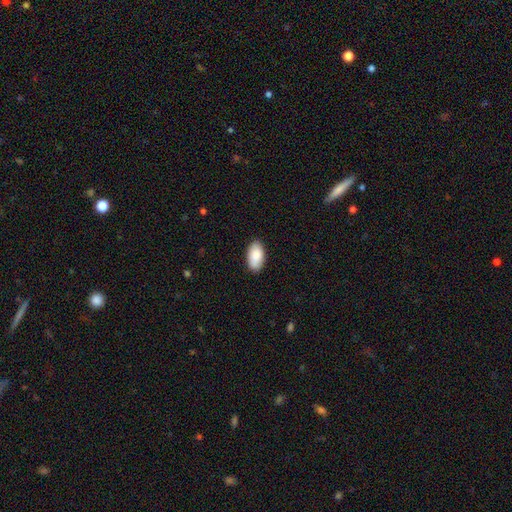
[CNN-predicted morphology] Q: Smooth or featured?
A: smooth (88%); runner-up: star or artifact (6%)
Q: How rounded?
A: in between (95%); runner-up: round (3%)
Q: Merging?
A: none (88%); runner-up: minor disturbance (9%)